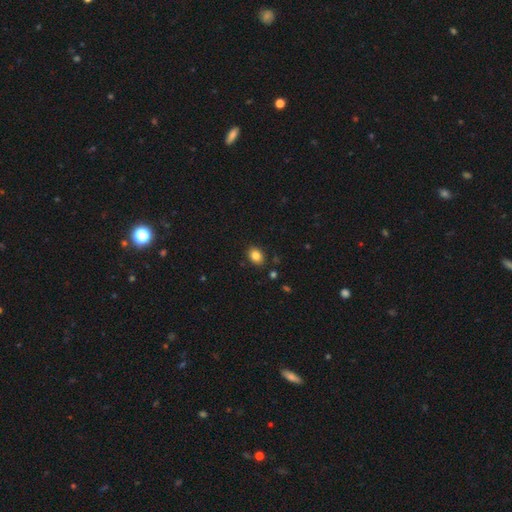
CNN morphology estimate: This is clearly a smooth galaxy (84%). How rounded: likely in between (66%). Merging: clearly none (87%).